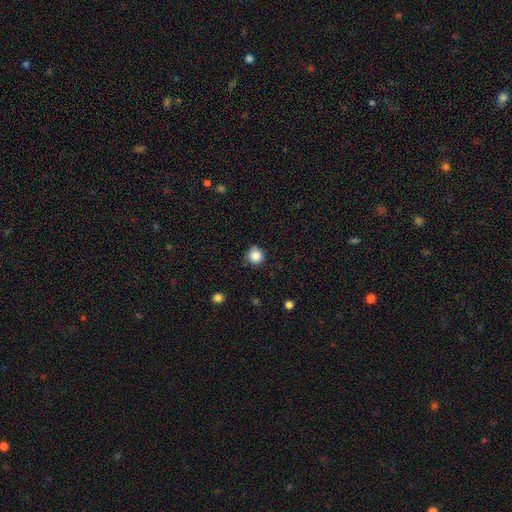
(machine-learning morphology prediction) smooth_or_featured: smooth (p=0.84) [alt: star or artifact p=0.10]
how_rounded: round (p=0.93) [alt: in between p=0.06]
merging: none (p=0.79) [alt: minor disturbance p=0.16]